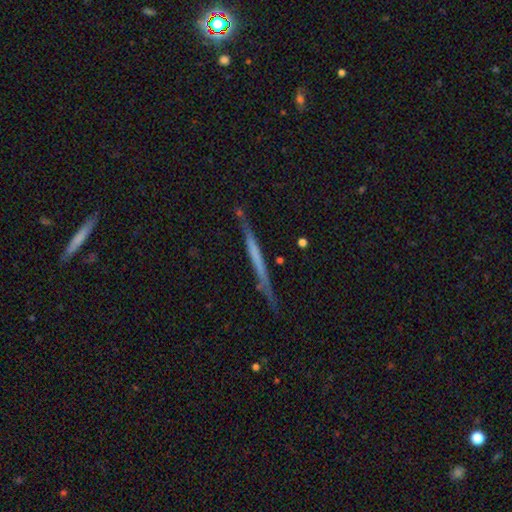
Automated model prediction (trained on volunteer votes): smooth-or-featured: featured or disk: 57% | smooth: 36% | star or artifact: 6%
  disk-edge-on: yes: 96% | no: 4%
    edge-on-bulge: none: 86% | boxy: 7% | rounded: 7%
  merging: none: 82% | minor disturbance: 13% | major disturbance: 3% | merger: 2%